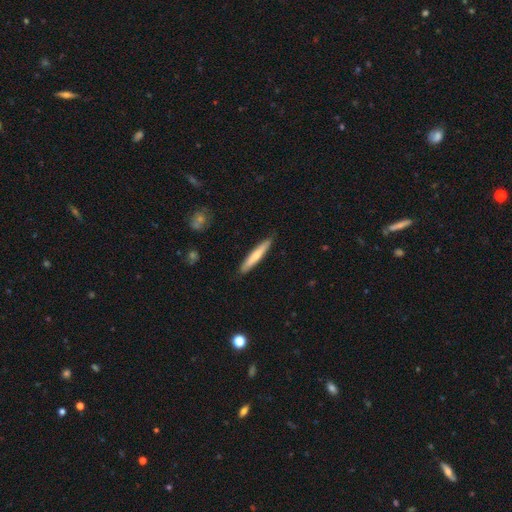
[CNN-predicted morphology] The model was most divided on "smooth or featured": smooth: 65%, featured or disk: 30%, star or artifact: 5%. More confident: how rounded — cigar-shaped (94%); merging — none (88%).